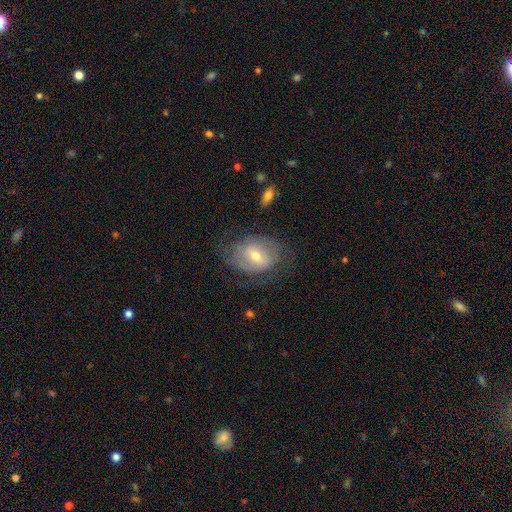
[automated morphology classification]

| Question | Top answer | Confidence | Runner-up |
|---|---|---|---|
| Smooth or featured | featured or disk | 68% | smooth (25%) |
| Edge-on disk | no | 96% | yes (4%) |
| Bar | weak | 49% | no (35%) |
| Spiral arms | yes | 79% | no (21%) |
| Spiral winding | tight | 44% | medium (37%) |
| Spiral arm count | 2 | 53% | can't tell (32%) |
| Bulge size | moderate | 58% | small (37%) |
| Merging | none | 61% | minor disturbance (21%) |